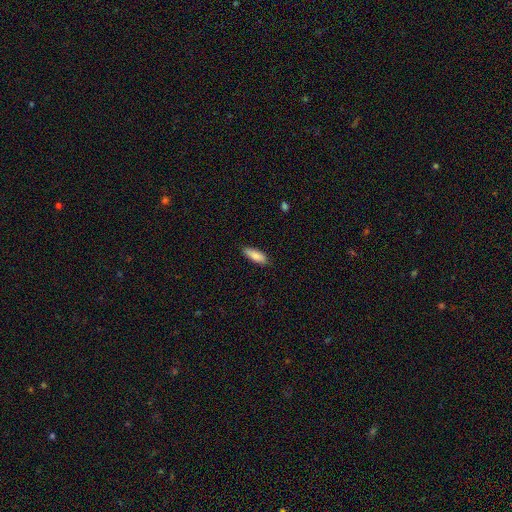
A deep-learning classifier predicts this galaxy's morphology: A smooth galaxy with no disk features (85%) that is in between round and cigar-shaped (61%). Merging: none (85%).